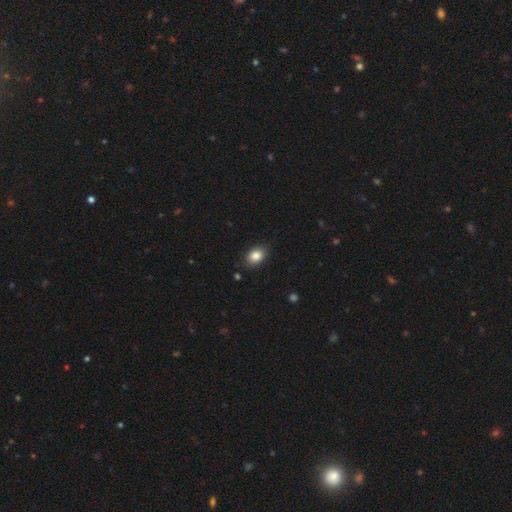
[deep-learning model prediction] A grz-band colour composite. It shows a smooth galaxy with no disk features (85%) that is in between round and cigar-shaped (79%). Merging: none (85%).